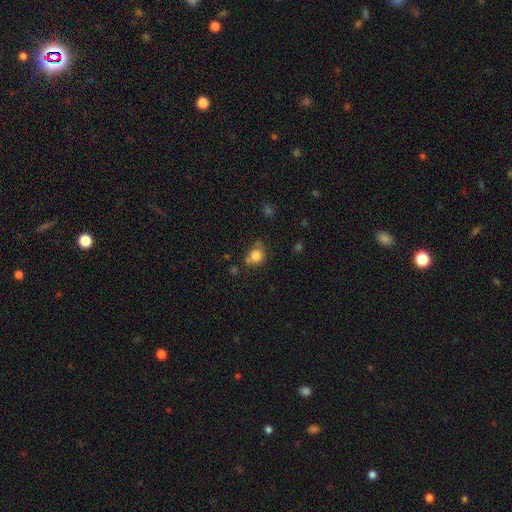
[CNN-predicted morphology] smooth_or_featured: smooth (p=0.81) [alt: star or artifact p=0.11]
how_rounded: round (p=0.74) [alt: in between p=0.25]
merging: none (p=0.59) [alt: minor disturbance p=0.23]